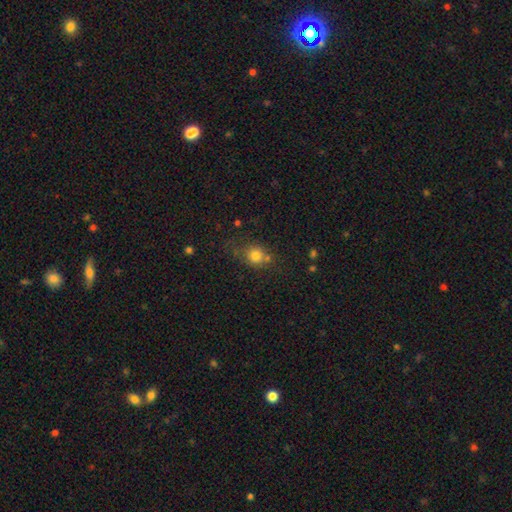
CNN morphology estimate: This is likely a smooth galaxy (78%). How rounded: likely round (77%). Merging: likely none (60%).